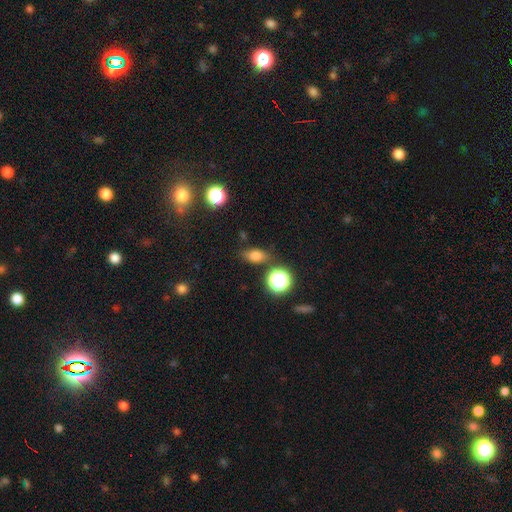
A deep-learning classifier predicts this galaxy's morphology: This is likely a smooth galaxy (75%). How rounded: likely in between (76%). Merging: likely none (77%).